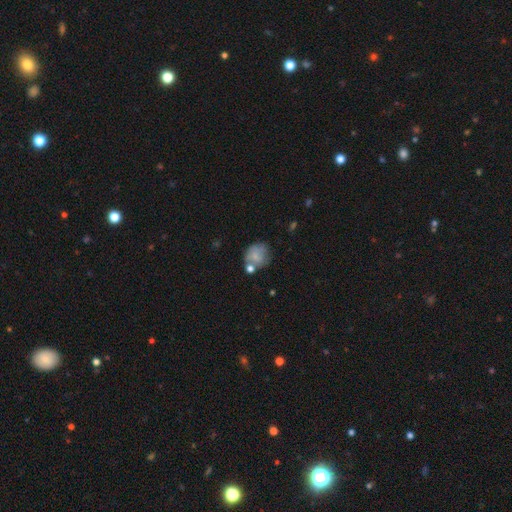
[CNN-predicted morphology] smooth_or_featured: smooth (p=0.69) [alt: featured or disk p=0.21]
how_rounded: round (p=0.72) [alt: in between p=0.27]
merging: none (p=0.48) [alt: minor disturbance p=0.21]